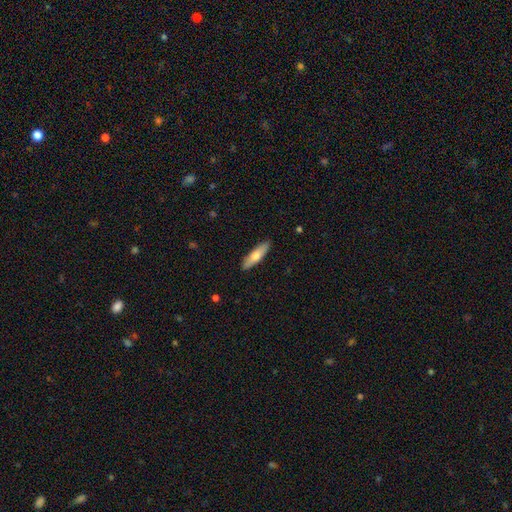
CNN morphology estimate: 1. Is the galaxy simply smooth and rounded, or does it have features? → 67% smooth, 28% featured or disk, 5% star or artifact.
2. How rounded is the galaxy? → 66% cigar-shaped, 32% in between, 2% round.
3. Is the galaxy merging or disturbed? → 89% none, 8% minor disturbance, 2% major disturbance, 1% merger.